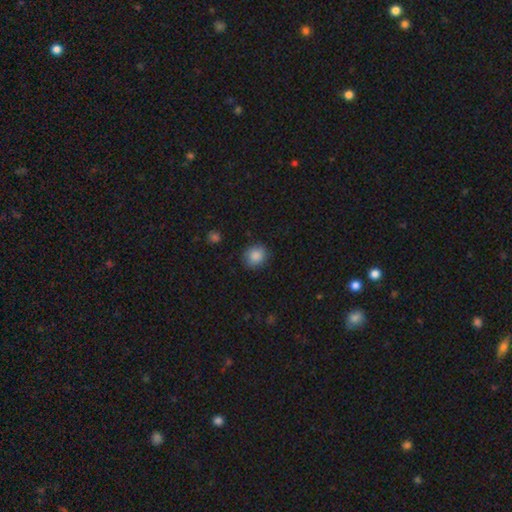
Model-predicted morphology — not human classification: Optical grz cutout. It shows a smooth galaxy with no disk features (88%) that is round (71%). Merging: none (86%).